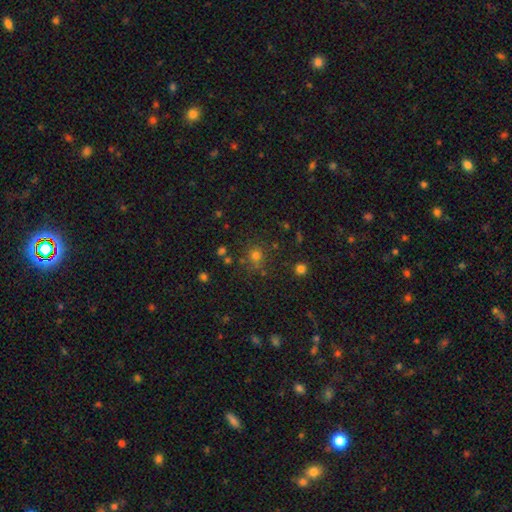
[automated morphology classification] This is likely a smooth galaxy (70%). How rounded: clearly round (86%). Merging: likely none (75%).